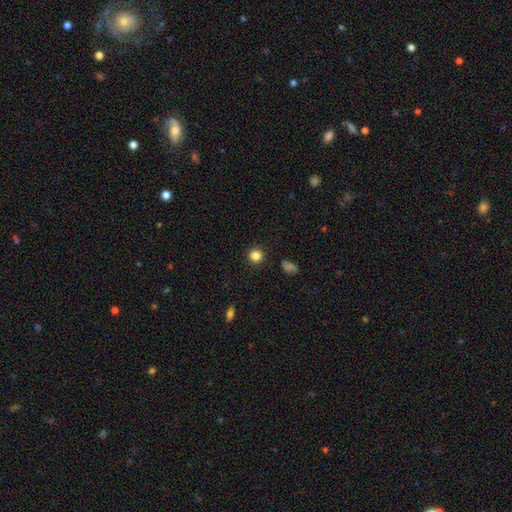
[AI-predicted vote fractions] Smooth or featured?
  - smooth: 84% *
  - star or artifact: 11%
  - featured or disk: 4%
How rounded?
  - round: 91% *
  - in between: 8%
  - cigar-shaped: 1%
Merging?
  - none: 90% *
  - minor disturbance: 6%
  - major disturbance: 2%
  - merger: 1%